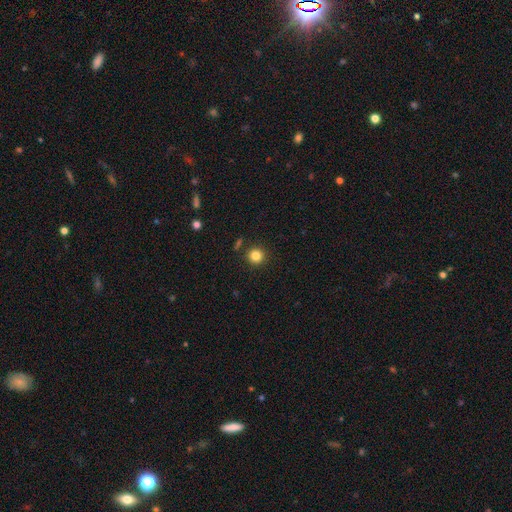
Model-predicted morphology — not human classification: The model was most divided on "smooth or featured": smooth: 83%, star or artifact: 12%, featured or disk: 5%. More confident: how rounded — round (94%); merging — none (89%).